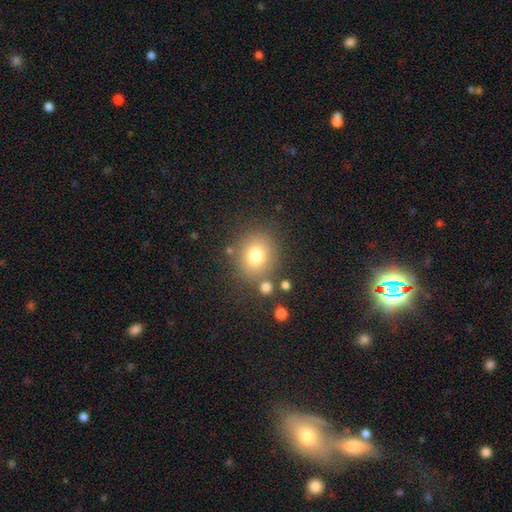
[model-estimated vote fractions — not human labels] Smooth or featured? Predicted: smooth (p=0.76). How rounded? Predicted: round (p=0.77). Merging? Predicted: none (p=0.78).